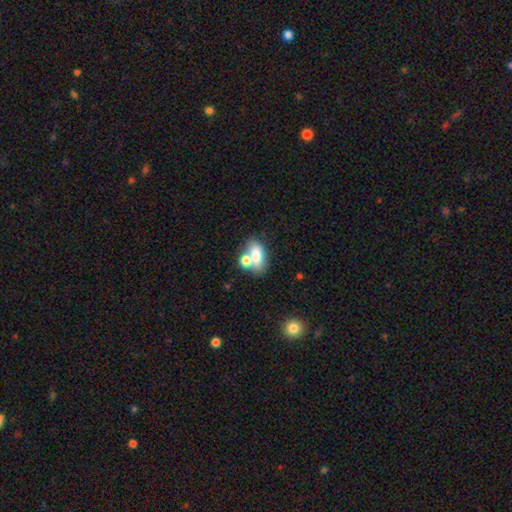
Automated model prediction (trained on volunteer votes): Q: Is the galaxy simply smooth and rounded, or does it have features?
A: smooth — 72%.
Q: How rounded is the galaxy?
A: in between — 83%.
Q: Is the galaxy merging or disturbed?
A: none — 44%.